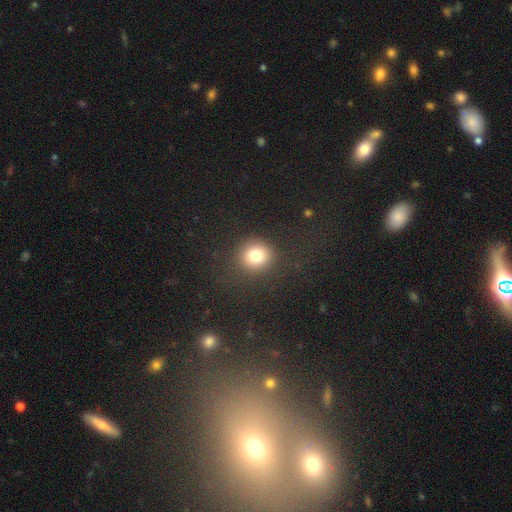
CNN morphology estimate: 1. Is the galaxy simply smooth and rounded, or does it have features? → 79% smooth, 14% star or artifact, 8% featured or disk.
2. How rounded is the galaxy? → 86% round, 13% in between, 1% cigar-shaped.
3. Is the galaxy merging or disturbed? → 87% none, 7% minor disturbance, 4% major disturbance, 1% merger.